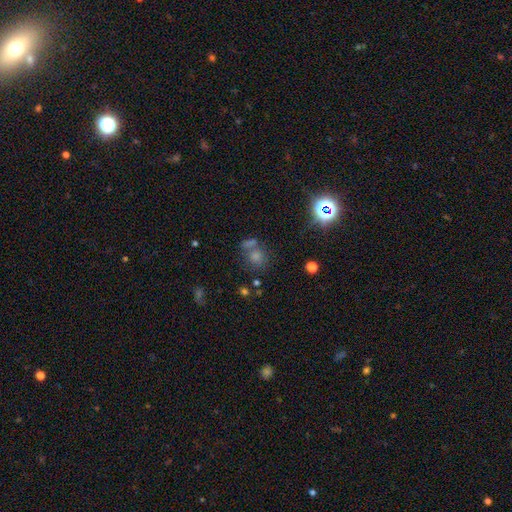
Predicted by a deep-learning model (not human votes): This appears to be a smooth galaxy with no disk features (45%). Merging: none (58%).